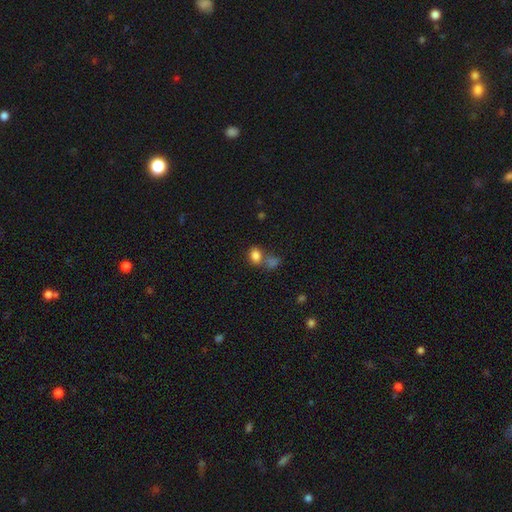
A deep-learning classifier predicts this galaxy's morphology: Smooth or featured: smooth — 81% (star or artifact — 11%)
How rounded: in between — 65% (round — 33%)
Merging: none — 48% (merger — 35%)